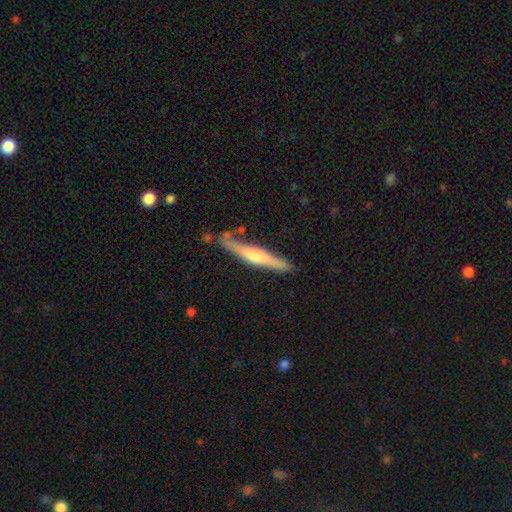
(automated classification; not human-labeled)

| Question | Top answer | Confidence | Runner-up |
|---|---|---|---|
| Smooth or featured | featured or disk | 54% | smooth (41%) |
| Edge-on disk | yes | 92% | no (8%) |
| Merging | none | 69% | minor disturbance (20%) |